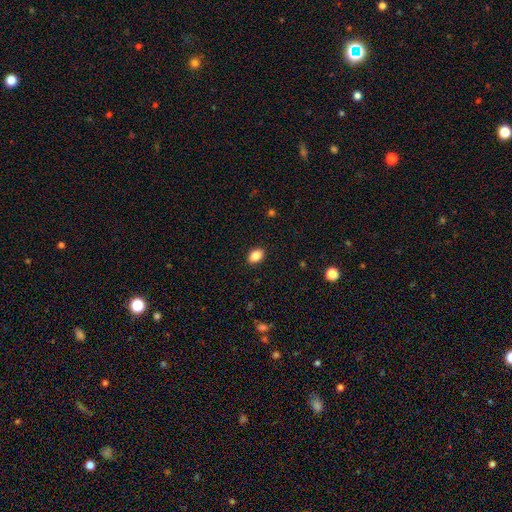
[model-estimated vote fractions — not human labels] Smooth or featured: smooth — 87% (star or artifact — 8%)
How rounded: in between — 81% (round — 18%)
Merging: none — 90% (minor disturbance — 8%)